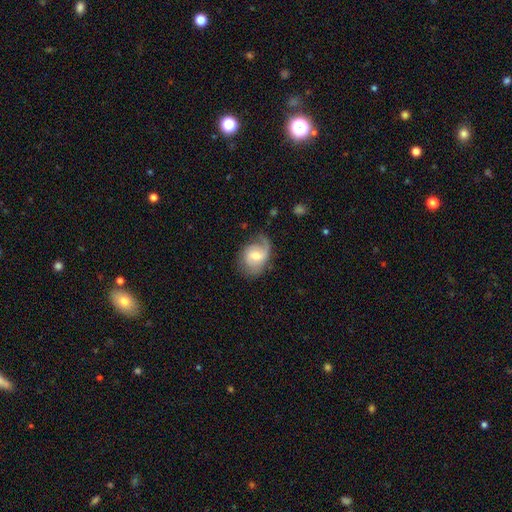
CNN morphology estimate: smooth-or-featured: featured or disk: 64% | smooth: 29% | star or artifact: 7%
  disk-edge-on: no: 97% | yes: 3%
    bar: weak: 46% | no: 44% | strong: 10%
    has-spiral-arms: yes: 88% | no: 12%
      spiral-winding: medium: 40% | loose: 36% | tight: 24%
      spiral-arm-count: 1: 43% | 2: 42% | can't tell: 11% | 3: 2% | 4: 1% | more than 4: 1%
    bulge-size: moderate: 58% | small: 34% | large: 5% | none: 2% | dominant: 1%
  merging: none: 54% | minor disturbance: 27% | major disturbance: 18% | merger: 2%